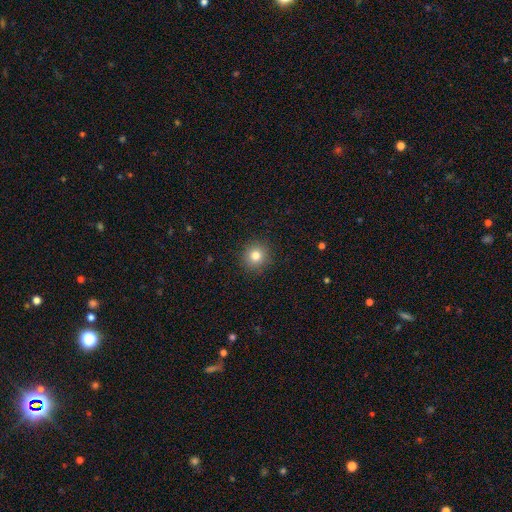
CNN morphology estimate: This is clearly a smooth galaxy (80%). How rounded: clearly round (93%). Merging: clearly none (91%).